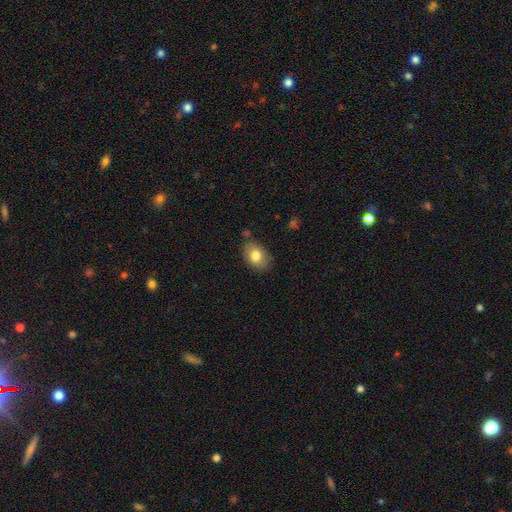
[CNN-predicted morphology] smooth 80%, featured or disk 12%, star or artifact 8%. Down the decision tree: how rounded — in between (77%); merging — none (79%).